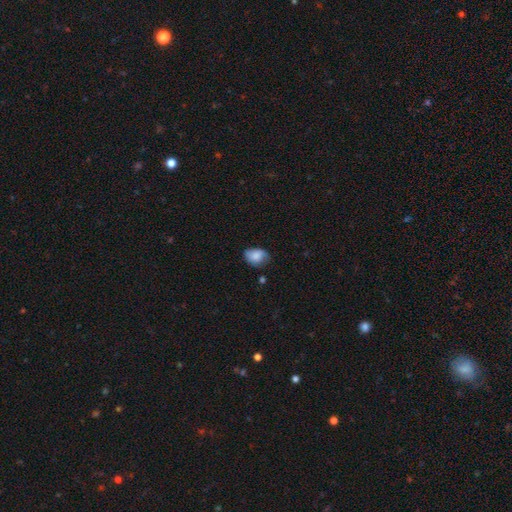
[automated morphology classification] Smooth or featured? Predicted: smooth (p=0.78). How rounded? Predicted: in between (p=0.70). Merging? Predicted: none (p=0.55).